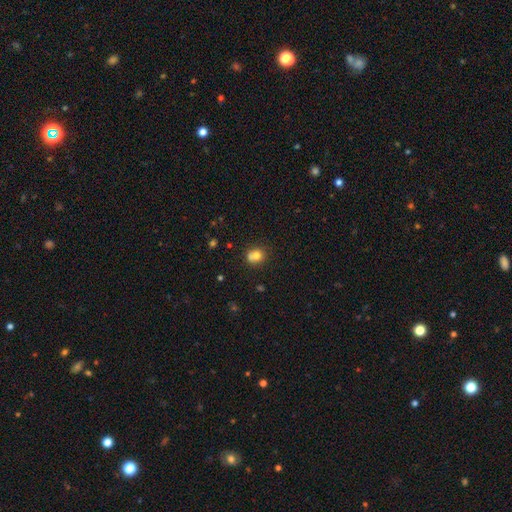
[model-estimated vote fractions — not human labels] smooth 73%, featured or disk 15%, star or artifact 12%. Down the decision tree: how rounded — round (75%); merging — none (44%).